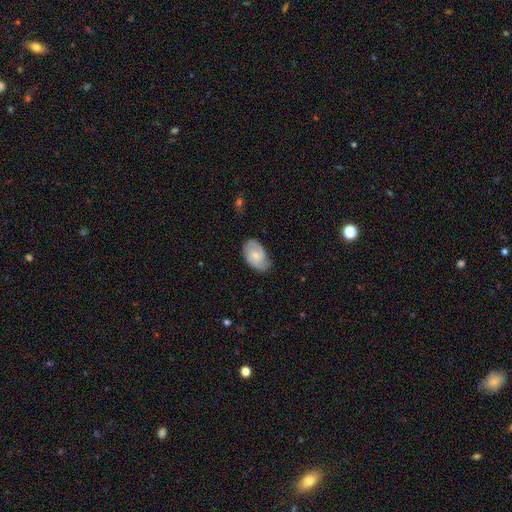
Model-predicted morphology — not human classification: This appears to be a featured or disk galaxy (57%) with no bar (61%), spiral arms (90%) and a small central bulge (49%). Merging: none (67%).